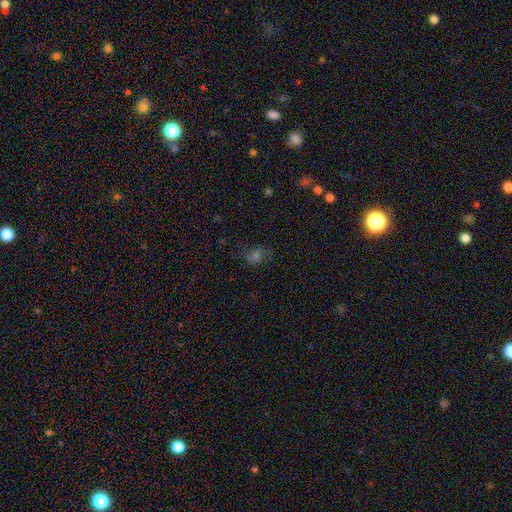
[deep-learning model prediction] Smooth or featured: smooth — 48% (star or artifact — 28%)
Merging: none — 69% (minor disturbance — 19%)